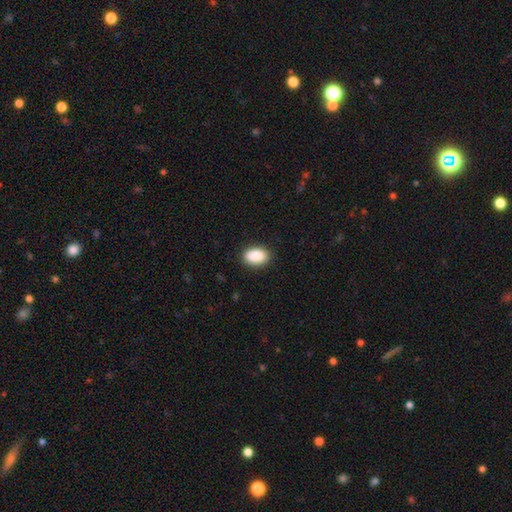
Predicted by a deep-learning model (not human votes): Morphology: type=smooth (90%); roundness=in between (89%); merging=none (88%).